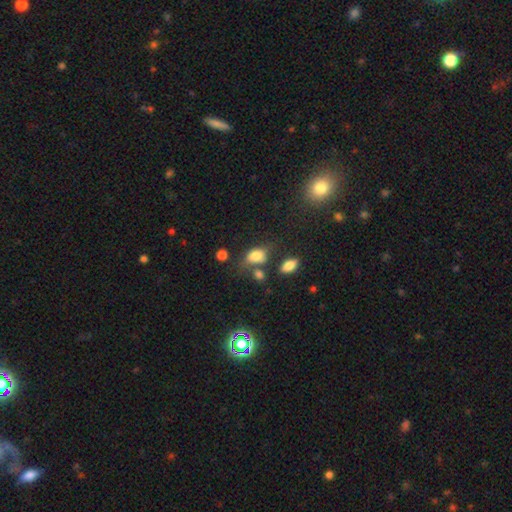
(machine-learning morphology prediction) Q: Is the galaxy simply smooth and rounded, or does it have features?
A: smooth — 79%.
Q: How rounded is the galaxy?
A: in between — 81%.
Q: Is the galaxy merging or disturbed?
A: none — 50%.